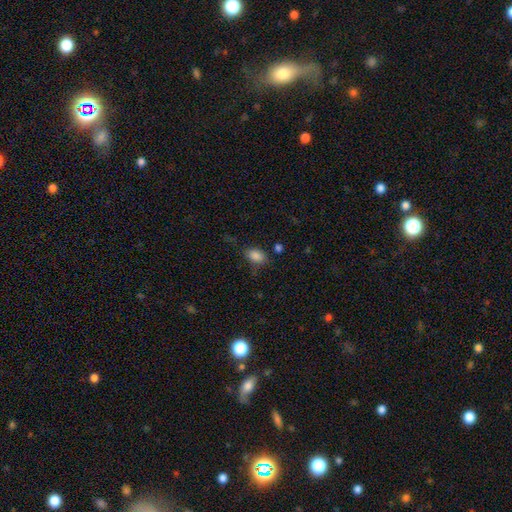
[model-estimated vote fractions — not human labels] A smooth galaxy with no disk features (85%) that is in between round and cigar-shaped (86%).

Vote fractions:
- Smooth or featured? smooth: 85% / star or artifact: 10% / featured or disk: 5%
- How rounded? in between: 86% / round: 12% / cigar-shaped: 2%
- Merging? none: 69% / minor disturbance: 21% / major disturbance: 7% / merger: 4%